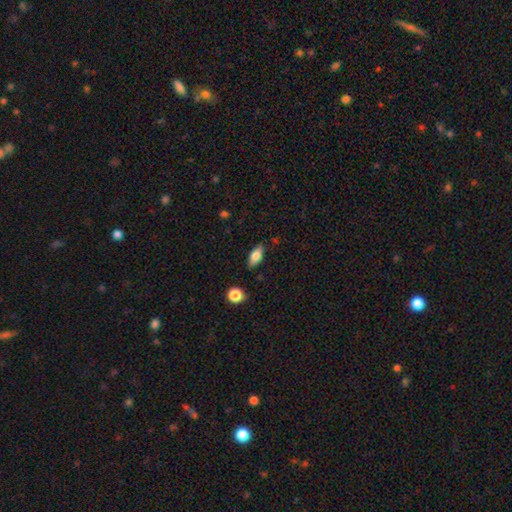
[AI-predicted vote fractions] Smooth or featured: smooth — 75% (featured or disk — 18%)
How rounded: in between — 84% (cigar-shaped — 12%)
Merging: none — 84% (minor disturbance — 11%)